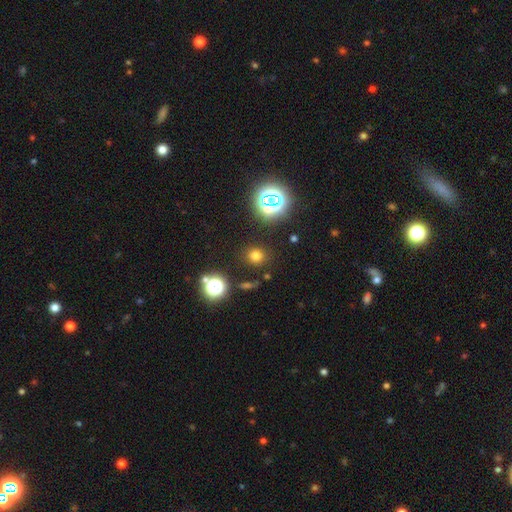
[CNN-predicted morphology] This appears to be a smooth galaxy with no disk features (71%) that is round (85%). Merging: none (86%).